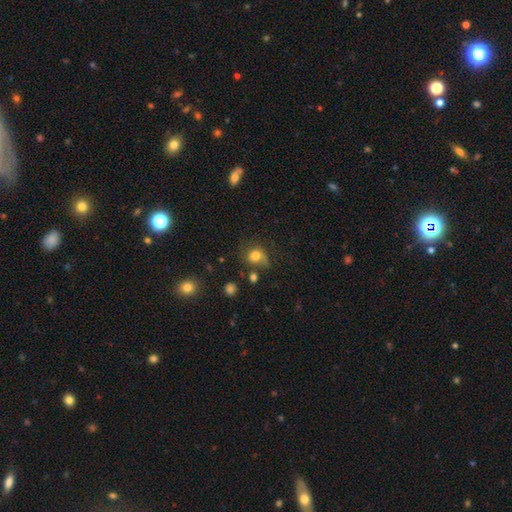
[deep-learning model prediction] This is likely a smooth galaxy (73%). How rounded: likely round (70%). Merging: possibly none (52%).